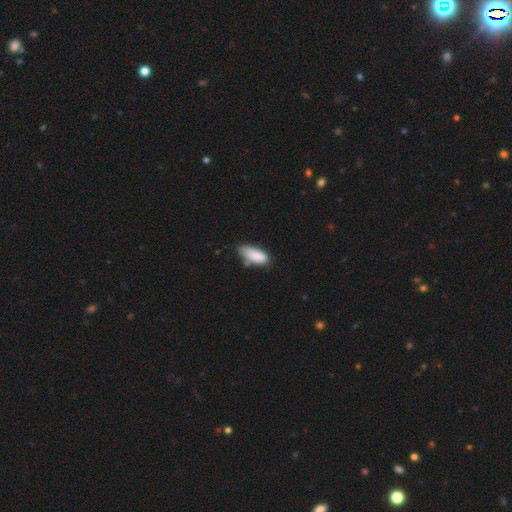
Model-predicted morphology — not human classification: Smooth or featured: smooth — 87% (star or artifact — 7%)
How rounded: in between — 80% (cigar-shaped — 18%)
Merging: none — 55% (minor disturbance — 33%)